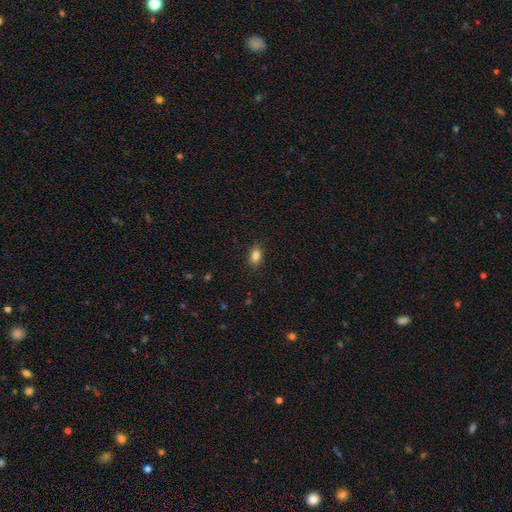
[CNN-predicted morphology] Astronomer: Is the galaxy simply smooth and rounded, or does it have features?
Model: smooth — 84%.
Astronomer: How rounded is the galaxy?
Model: in between — 84%.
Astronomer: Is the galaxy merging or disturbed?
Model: none — 87%.